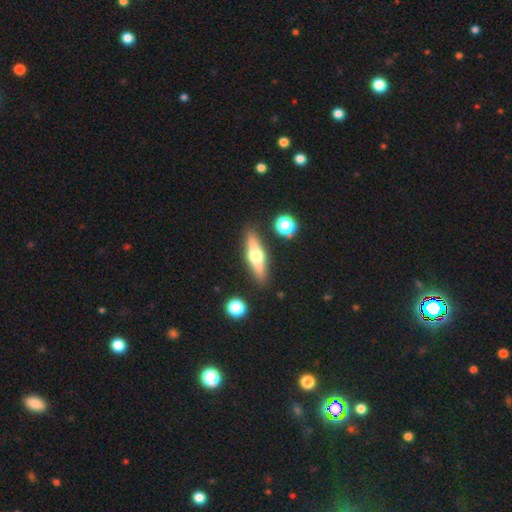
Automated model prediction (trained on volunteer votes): smooth-or-featured: featured or disk: 58% | smooth: 35% | star or artifact: 7%
  disk-edge-on: yes: 93% | no: 7%
    edge-on-bulge: rounded: 95% | boxy: 3% | none: 2%
  merging: none: 86% | minor disturbance: 9% | merger: 3% | major disturbance: 2%